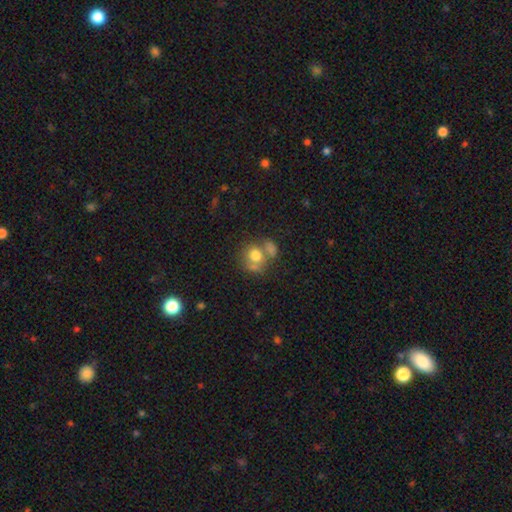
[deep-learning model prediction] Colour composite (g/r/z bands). It shows a smooth galaxy with no disk features (69%) that is round (71%). Merging: merger (40%).